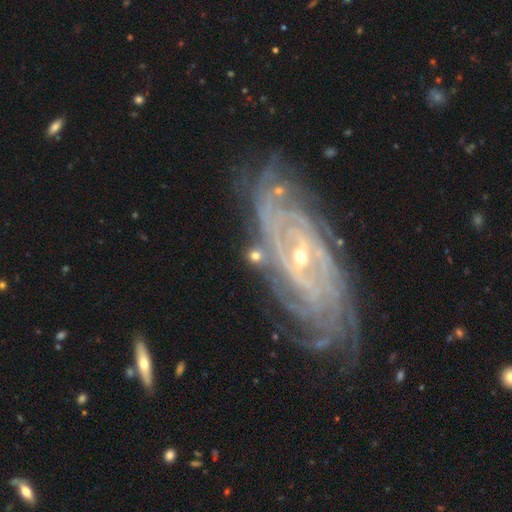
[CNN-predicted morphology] Smooth or featured? featured or disk (58%)
Edge-on disk? no (92%)
Bar? no (36%)
Spiral arms? yes (84%)
Bulge size? moderate (49%)
Merging? none (66%)